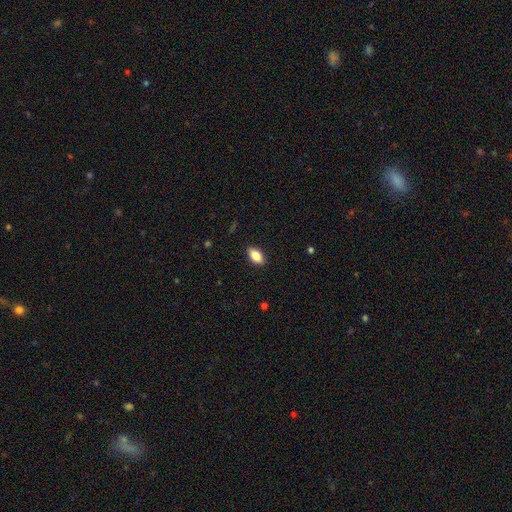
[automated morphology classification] smooth_or_featured: smooth (p=0.84) [alt: featured or disk p=0.09]
how_rounded: in between (p=0.90) [alt: cigar-shaped p=0.05]
merging: none (p=0.89) [alt: minor disturbance p=0.08]